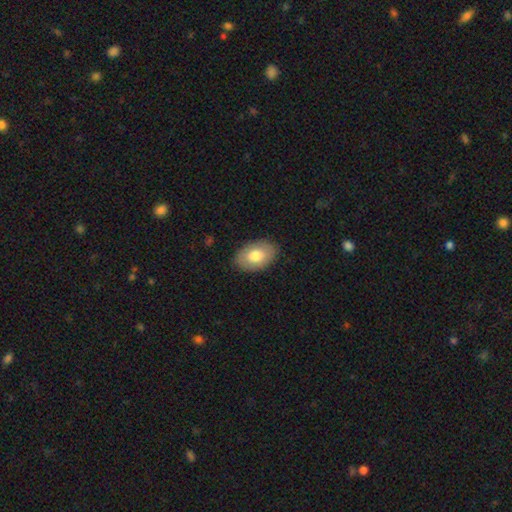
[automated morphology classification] Smooth or featured? smooth (75%)
How rounded? in between (89%)
Merging? none (86%)